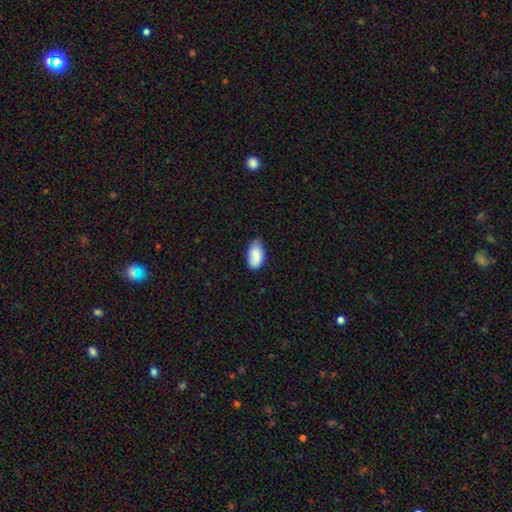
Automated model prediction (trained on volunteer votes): This is clearly a smooth galaxy (84%). How rounded: clearly in between (94%). Merging: likely none (62%).